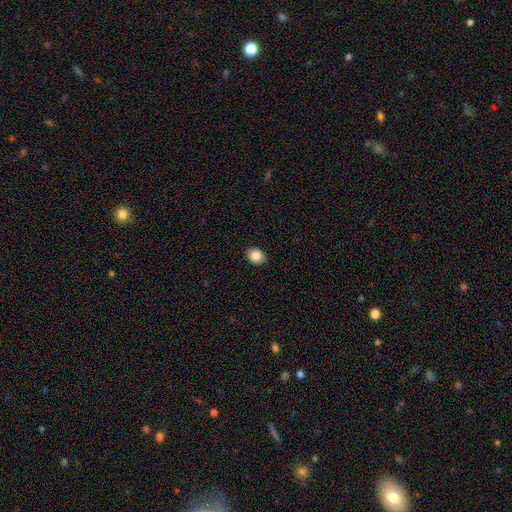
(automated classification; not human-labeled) A smooth galaxy with no disk features (86%) that is in between round and cigar-shaped (55%).

Vote fractions:
- Smooth or featured? smooth: 86% / star or artifact: 9% / featured or disk: 5%
- How rounded? in between: 55% / round: 44% / cigar-shaped: 1%
- Merging? none: 88% / minor disturbance: 9% / major disturbance: 2% / merger: 1%